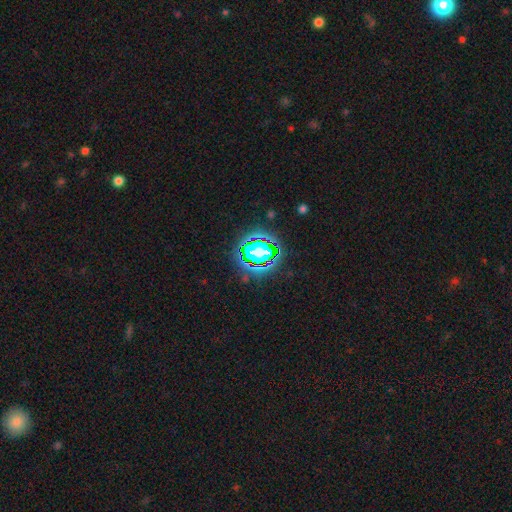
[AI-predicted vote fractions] smooth_or_featured: star or artifact (p=0.68) [alt: smooth p=0.19]